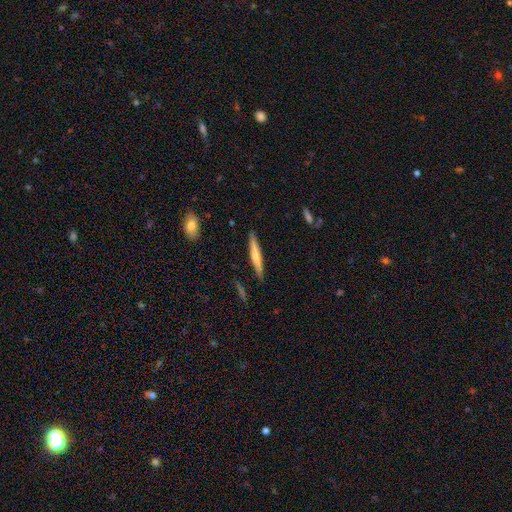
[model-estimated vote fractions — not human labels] Smooth or featured: smooth — 58% (featured or disk — 36%)
How rounded: cigar-shaped — 94% (in between — 5%)
Merging: none — 88% (minor disturbance — 9%)